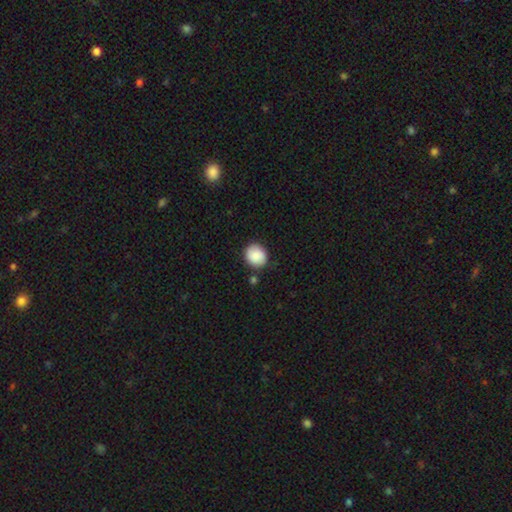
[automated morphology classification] Q: Smooth or featured?
A: smooth (87%); runner-up: star or artifact (7%)
Q: How rounded?
A: round (80%); runner-up: in between (19%)
Q: Merging?
A: none (83%); runner-up: minor disturbance (11%)